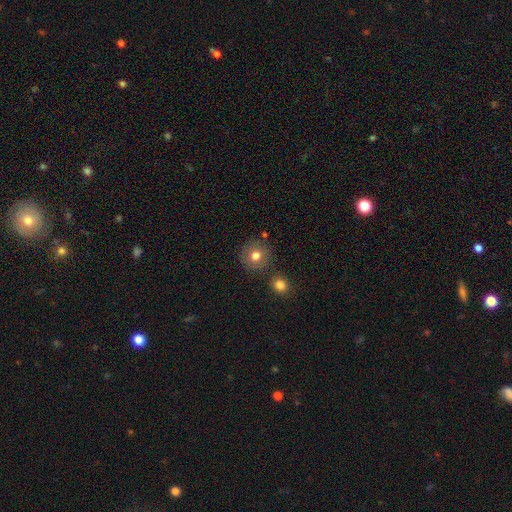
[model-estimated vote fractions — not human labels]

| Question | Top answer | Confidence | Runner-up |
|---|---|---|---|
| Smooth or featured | smooth | 76% | featured or disk (13%) |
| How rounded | round | 93% | in between (7%) |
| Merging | none | 81% | minor disturbance (9%) |